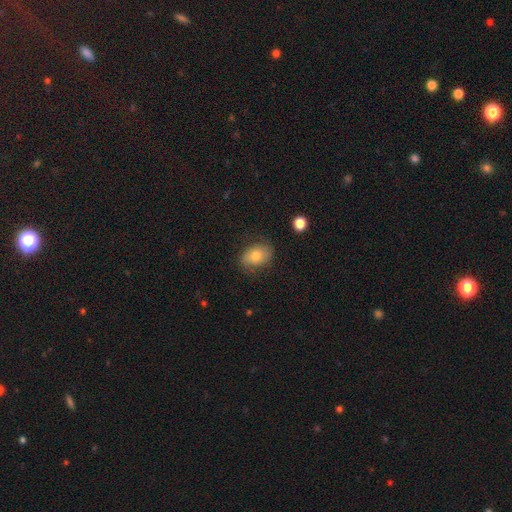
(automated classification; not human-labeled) Smooth or featured? smooth (73%)
How rounded? in between (78%)
Merging? none (75%)